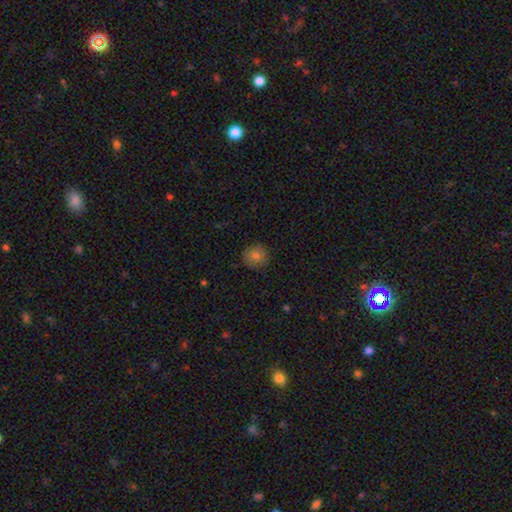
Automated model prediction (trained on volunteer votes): Smooth or featured: smooth — 81% (star or artifact — 12%)
How rounded: round — 92% (in between — 7%)
Merging: none — 88% (minor disturbance — 9%)